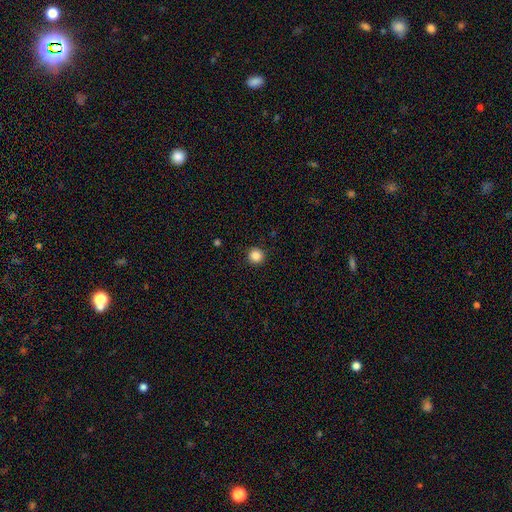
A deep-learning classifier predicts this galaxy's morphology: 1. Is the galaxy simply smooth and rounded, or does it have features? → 87% smooth, 10% star or artifact, 3% featured or disk.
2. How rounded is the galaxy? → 93% round, 6% in between, 1% cigar-shaped.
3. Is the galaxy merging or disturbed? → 92% none, 5% minor disturbance, 2% major disturbance, 1% merger.